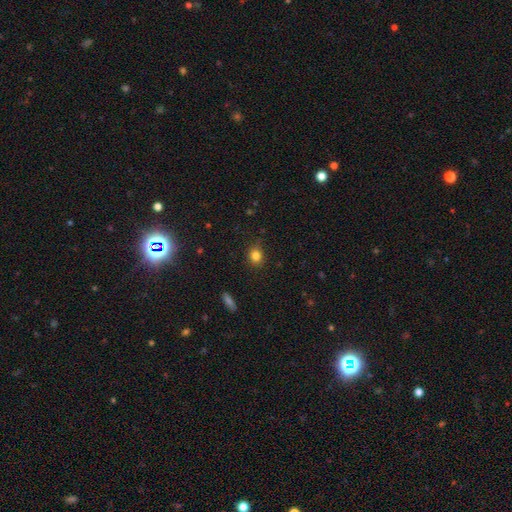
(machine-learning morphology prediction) type=smooth (82%); roundness=round (71%); merging=none (81%).